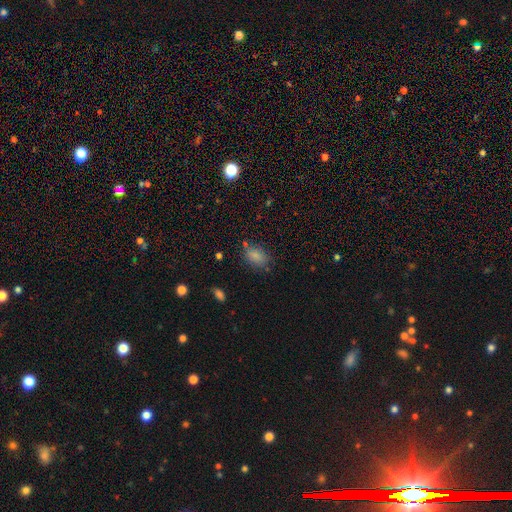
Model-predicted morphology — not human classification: A smooth galaxy with no disk features (83%) that is in between round and cigar-shaped (85%).

Vote fractions:
- Smooth or featured? smooth: 83% / star or artifact: 11% / featured or disk: 6%
- How rounded? in between: 85% / round: 13% / cigar-shaped: 2%
- Merging? none: 74% / minor disturbance: 17% / major disturbance: 5% / merger: 4%